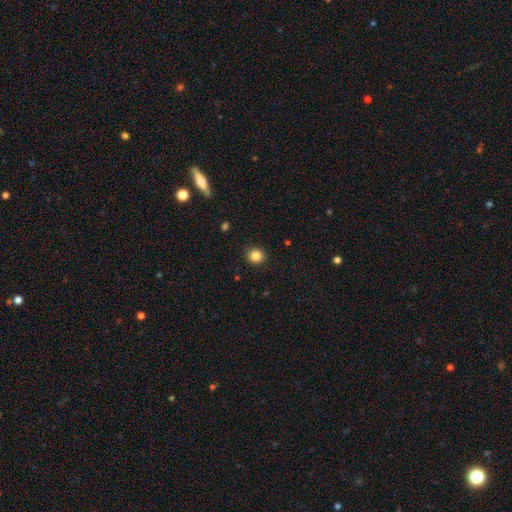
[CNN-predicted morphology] This appears to be a smooth galaxy with no disk features (85%) that is round (84%). Merging: none (91%).